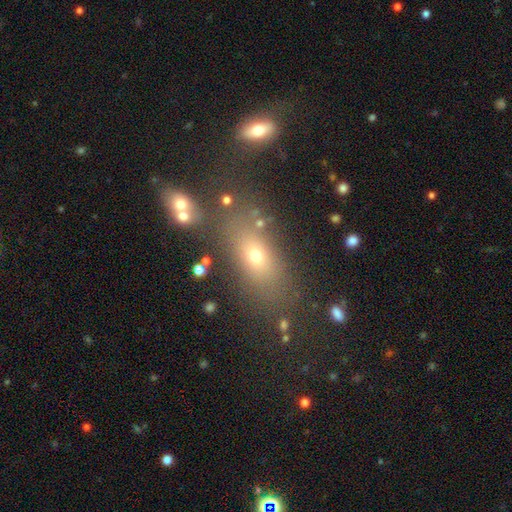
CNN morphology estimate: Q: Smooth or featured?
A: smooth (61%); runner-up: star or artifact (20%)
Q: How rounded?
A: in between (70%); runner-up: round (17%)
Q: Merging?
A: none (74%); runner-up: minor disturbance (12%)